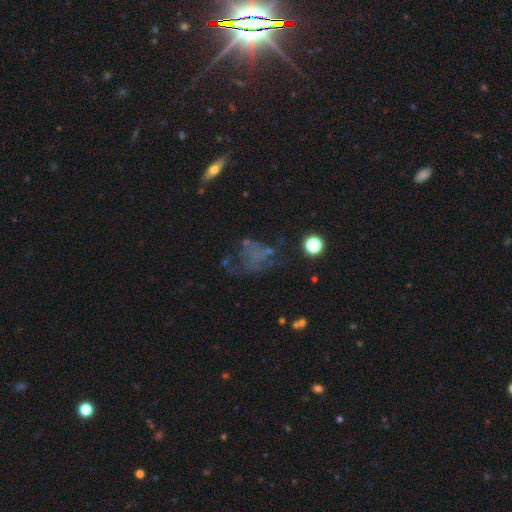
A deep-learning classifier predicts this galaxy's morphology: A featured or disk galaxy (41%). Merging: none (40%).